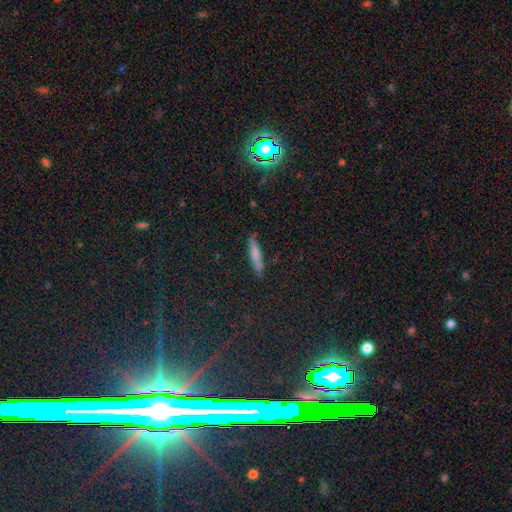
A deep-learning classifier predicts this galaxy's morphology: The model was most divided on "smooth or featured": smooth: 70%, featured or disk: 21%, star or artifact: 9%. More confident: how rounded — cigar-shaped (89%); merging — none (80%).